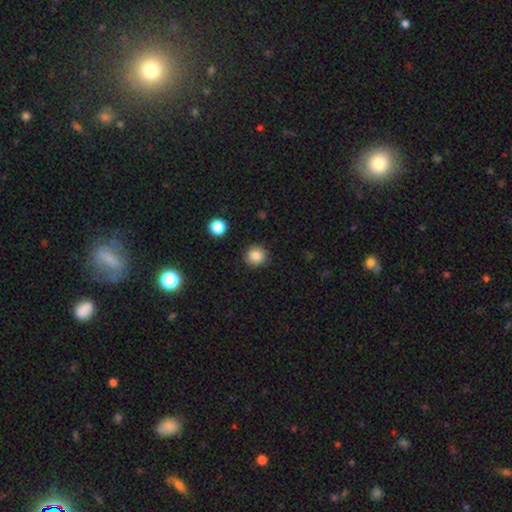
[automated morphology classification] type=smooth (85%); roundness=round (92%); merging=none (91%).